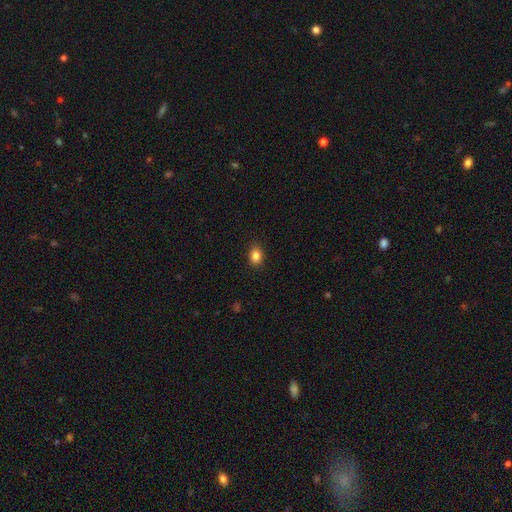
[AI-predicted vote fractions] Morphology: type=smooth (85%); roundness=in between (66%); merging=none (87%).